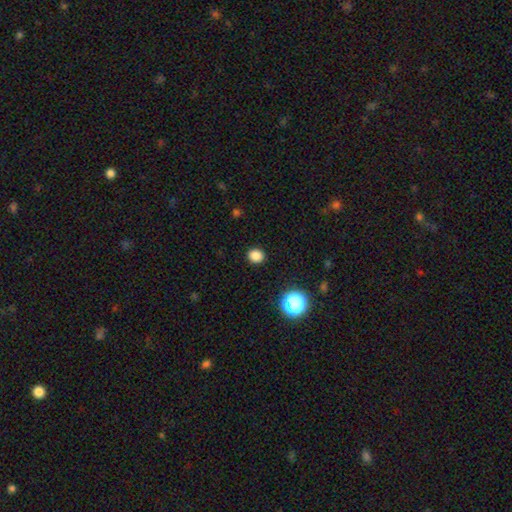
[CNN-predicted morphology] smooth_or_featured: smooth (p=0.84) [alt: star or artifact p=0.13]
how_rounded: round (p=0.78) [alt: in between p=0.21]
merging: none (p=0.91) [alt: minor disturbance p=0.06]